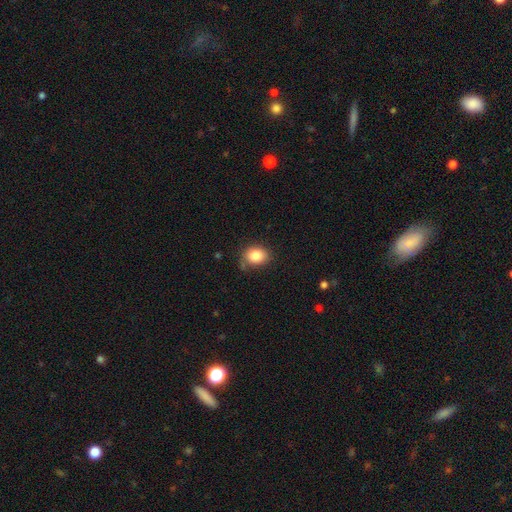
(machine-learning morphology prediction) Smooth or featured: smooth — 85% (star or artifact — 9%)
How rounded: in between — 55% (round — 44%)
Merging: none — 75% (minor disturbance — 18%)